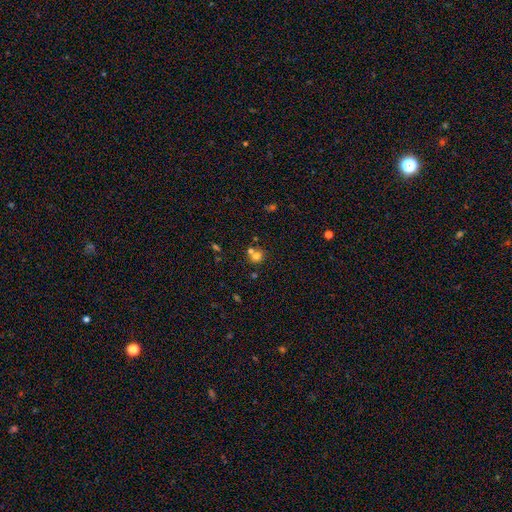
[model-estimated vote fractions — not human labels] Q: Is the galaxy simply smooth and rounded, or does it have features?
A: smooth — 70%.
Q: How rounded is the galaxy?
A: round — 84%.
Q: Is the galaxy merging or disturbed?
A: none — 52%.